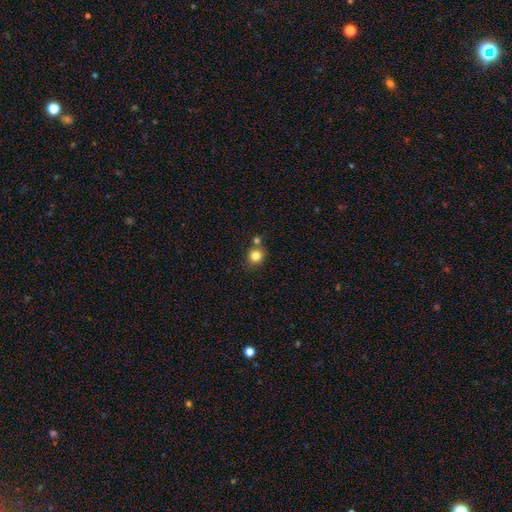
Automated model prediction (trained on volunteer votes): The model was most divided on "merging": none: 67%, merger: 21%, minor disturbance: 10%, major disturbance: 3%. More confident: how rounded — round (90%); smooth or featured — smooth (83%).